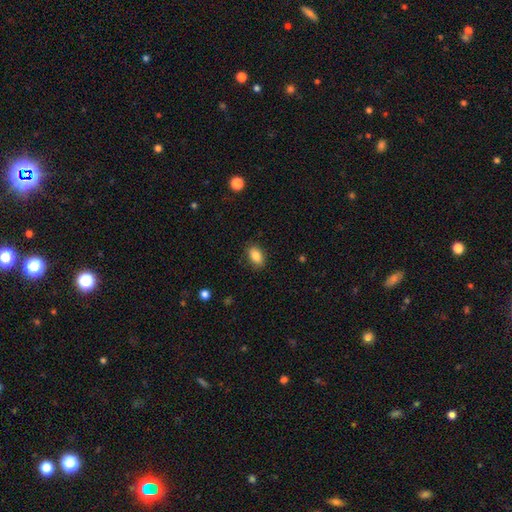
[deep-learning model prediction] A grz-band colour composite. It shows a smooth galaxy with no disk features (86%) that is in between round and cigar-shaped (88%). Merging: none (86%).